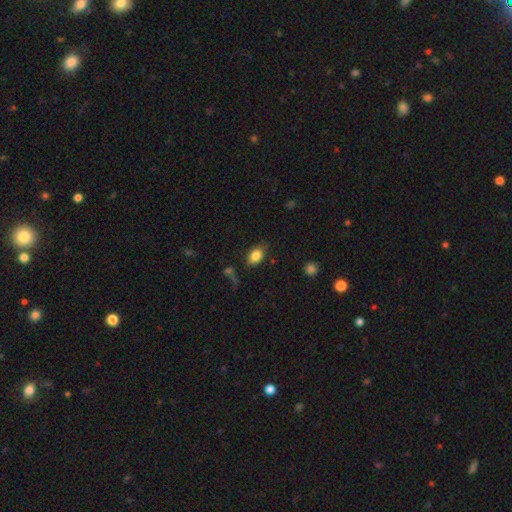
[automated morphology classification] Smooth or featured? smooth (83%)
How rounded? in between (84%)
Merging? none (77%)